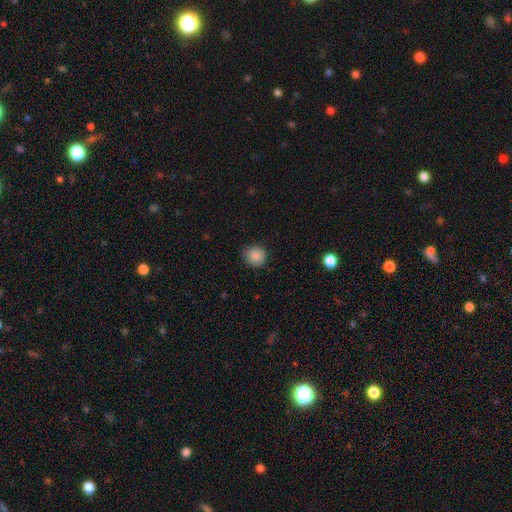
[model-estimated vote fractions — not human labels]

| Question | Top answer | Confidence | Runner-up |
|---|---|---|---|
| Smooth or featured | smooth | 87% | star or artifact (9%) |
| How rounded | round | 91% | in between (8%) |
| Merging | none | 87% | minor disturbance (10%) |